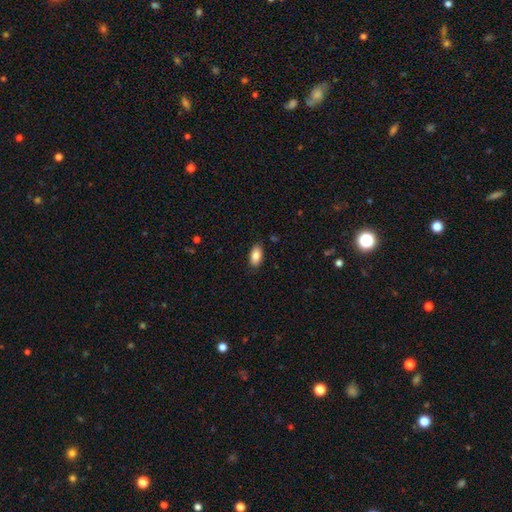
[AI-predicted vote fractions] smooth_or_featured: smooth (p=0.85) [alt: featured or disk p=0.08]
how_rounded: in between (p=0.93) [alt: round p=0.03]
merging: none (p=0.87) [alt: minor disturbance p=0.10]